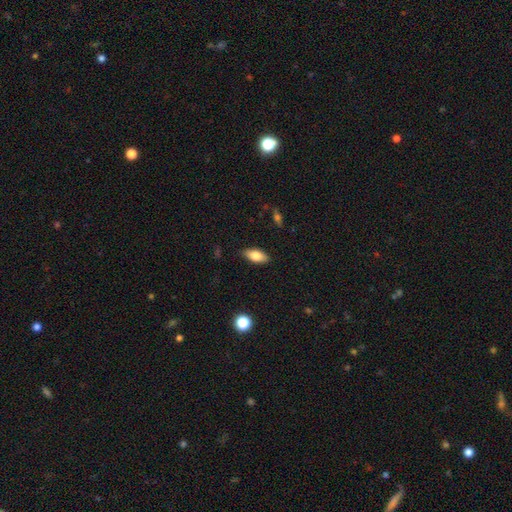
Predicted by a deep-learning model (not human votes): A smooth galaxy with no disk features (78%) that is in between round and cigar-shaped (87%). Merging: none (86%).